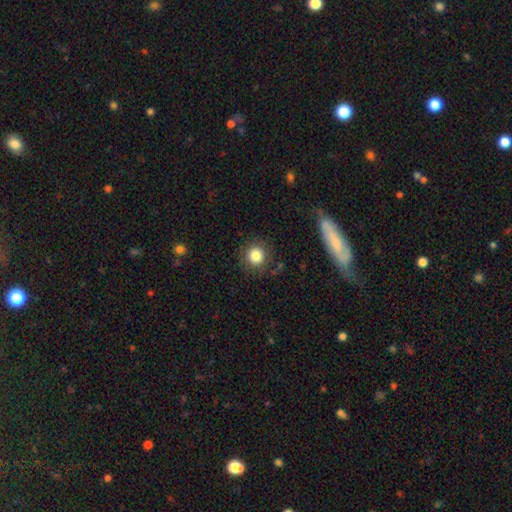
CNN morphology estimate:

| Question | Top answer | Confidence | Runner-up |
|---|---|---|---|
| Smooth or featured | smooth | 84% | star or artifact (11%) |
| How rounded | round | 93% | in between (6%) |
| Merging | none | 86% | minor disturbance (9%) |